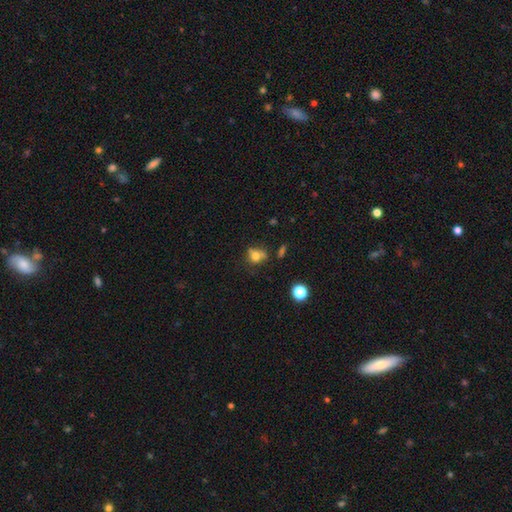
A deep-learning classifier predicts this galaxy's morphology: Q: Smooth or featured?
A: smooth (71%); runner-up: featured or disk (15%)
Q: How rounded?
A: round (67%); runner-up: in between (31%)
Q: Merging?
A: none (48%); runner-up: minor disturbance (22%)